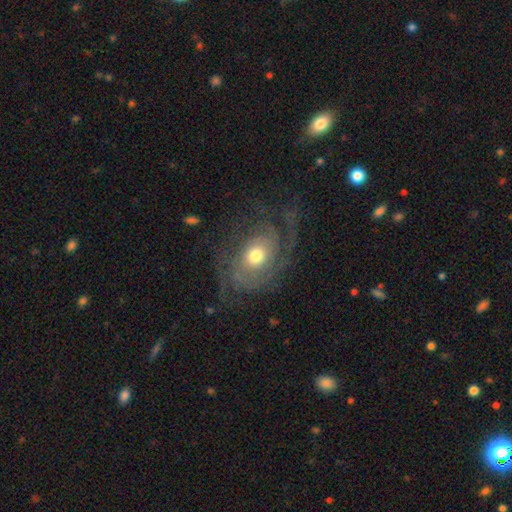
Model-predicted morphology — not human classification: This appears to be a featured or disk galaxy (78%) with no bar (81%), tight (48%) spiral arms (87%) and a moderate central bulge (67%). Merging: none (64%).